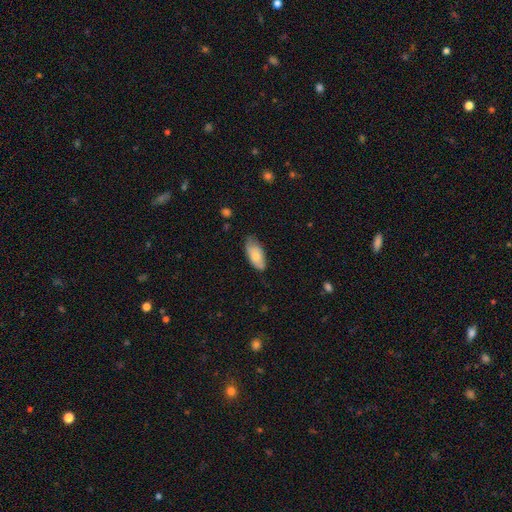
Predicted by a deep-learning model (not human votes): smooth 71%, featured or disk 22%, star or artifact 6%. Down the decision tree: how rounded — in between (91%); merging — none (62%).